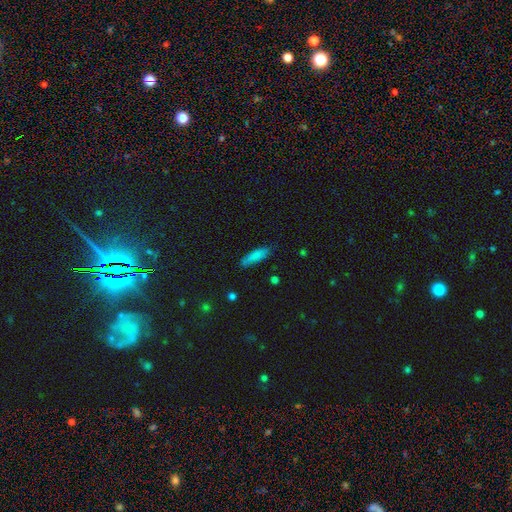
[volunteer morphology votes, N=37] Smooth or featured?
  - smooth: 78% *
  - featured or disk: 22%
  - star or artifact: 0%
How rounded?
  - cigar-shaped: 55% *
  - in between: 45%
  - round: 0%
Merging?
  - none: 84% *
  - minor disturbance: 16%
  - major disturbance: 0%
  - merger: 0%